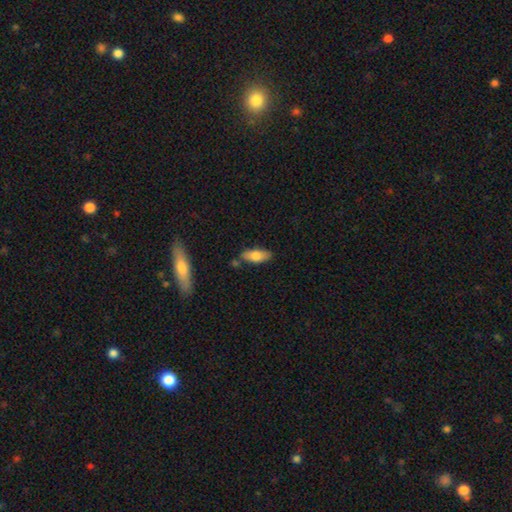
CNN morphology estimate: A smooth galaxy with no disk features (73%) that is in between round and cigar-shaped (74%). Merging: none (75%).